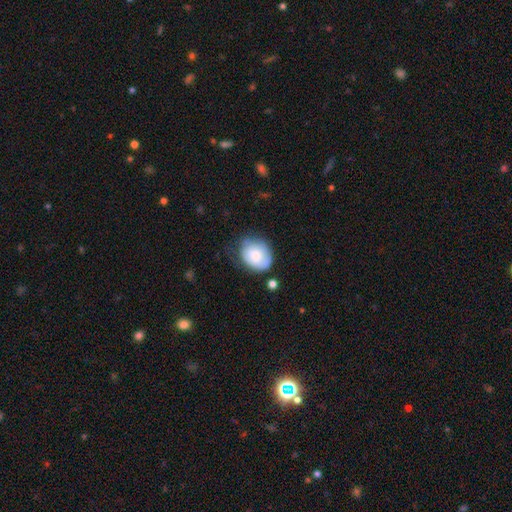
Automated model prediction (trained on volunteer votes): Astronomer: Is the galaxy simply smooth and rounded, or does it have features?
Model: smooth — 72%.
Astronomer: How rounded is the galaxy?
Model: round — 51% (runner-up: in between, 48%).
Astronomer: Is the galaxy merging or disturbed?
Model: none — 50% (runner-up: minor disturbance, 33%).